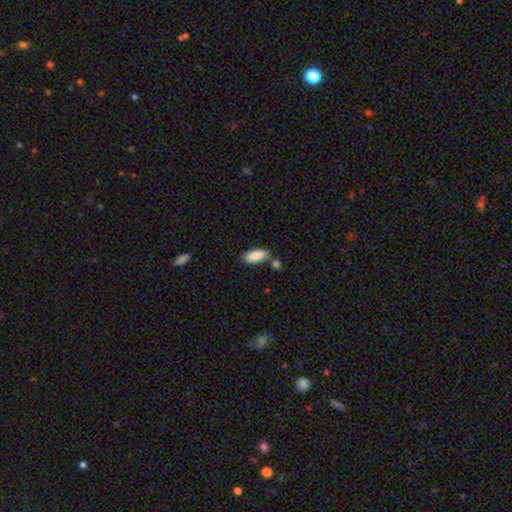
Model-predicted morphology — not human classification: A smooth galaxy with no disk features (87%) that is in between round and cigar-shaped (82%). Merging: none (71%).